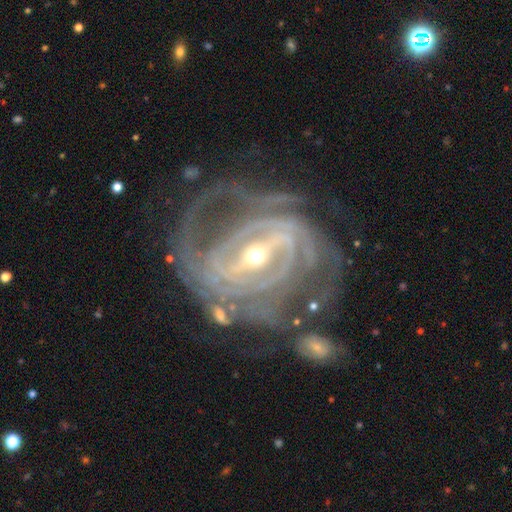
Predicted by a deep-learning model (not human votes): smooth-or-featured: featured or disk: 92% | star or artifact: 5% | smooth: 3%
  disk-edge-on: no: 96% | yes: 4%
    bar: strong: 66% | weak: 24% | no: 10%
    has-spiral-arms: yes: 96% | no: 4%
      spiral-winding: tight: 66% | medium: 27% | loose: 7%
      spiral-arm-count: 2: 26% | 3: 22% | can't tell: 19% | 4: 17% | more than 4: 9% | 1: 7%
    bulge-size: small: 59% | moderate: 37% | large: 2% | dominant: 1% | none: 1%
  merging: none: 57% | minor disturbance: 19% | major disturbance: 18% | merger: 6%